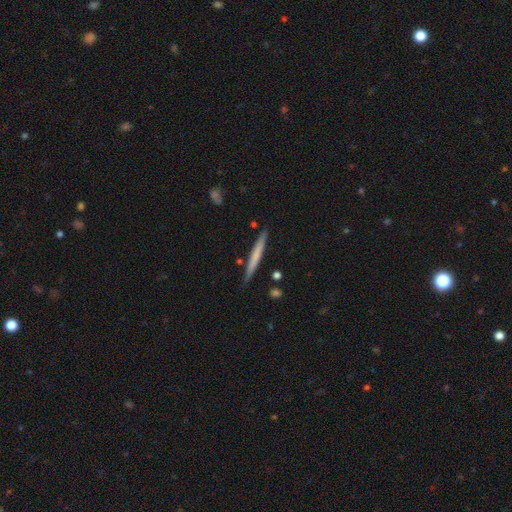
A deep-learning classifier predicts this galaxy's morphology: Smooth or featured? Predicted: smooth (p=0.59). How rounded? Predicted: cigar-shaped (p=0.97). Merging? Predicted: none (p=0.87).